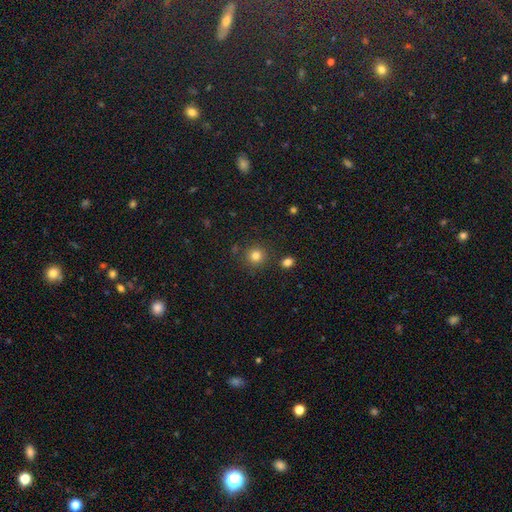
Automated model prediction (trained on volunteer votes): Overall: smooth (81%). How rounded: round (92%). Merging: none (85%).